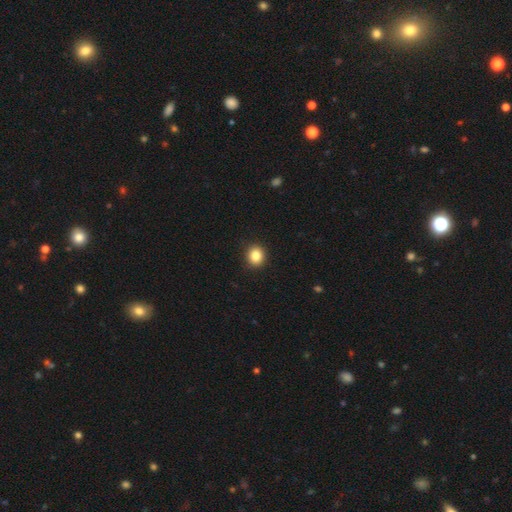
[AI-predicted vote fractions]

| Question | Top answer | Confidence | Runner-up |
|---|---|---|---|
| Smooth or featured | smooth | 85% | star or artifact (10%) |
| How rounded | round | 79% | in between (20%) |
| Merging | none | 91% | minor disturbance (6%) |